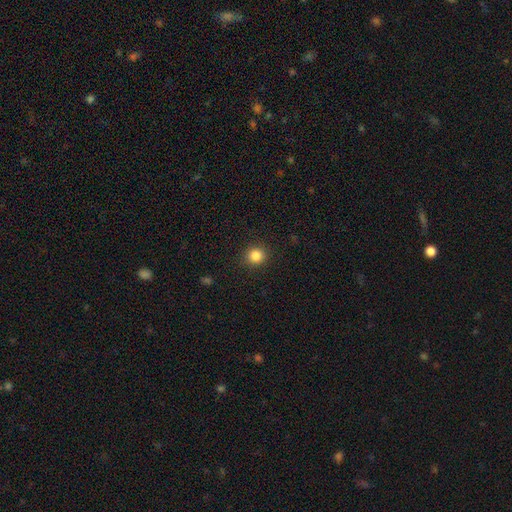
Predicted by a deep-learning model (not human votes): Smooth or featured? smooth (84%)
How rounded? round (89%)
Merging? none (91%)